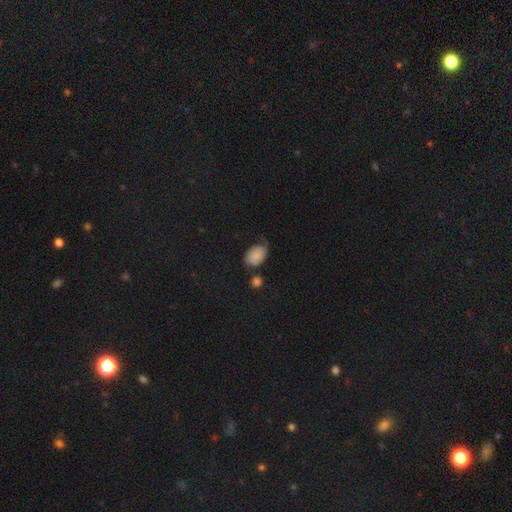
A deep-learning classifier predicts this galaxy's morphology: Q: Smooth or featured?
A: smooth (67%); runner-up: featured or disk (22%)
Q: How rounded?
A: in between (75%); runner-up: round (24%)
Q: Merging?
A: none (43%); runner-up: minor disturbance (33%)